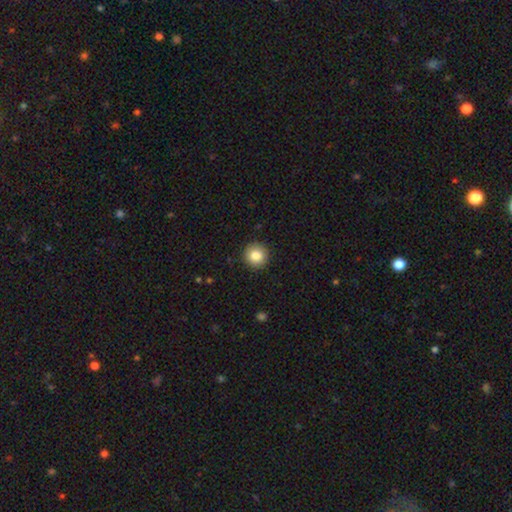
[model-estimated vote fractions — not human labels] smooth_or_featured: smooth (p=0.84) [alt: star or artifact p=0.09]
how_rounded: round (p=0.94) [alt: in between p=0.05]
merging: none (p=0.92) [alt: minor disturbance p=0.06]